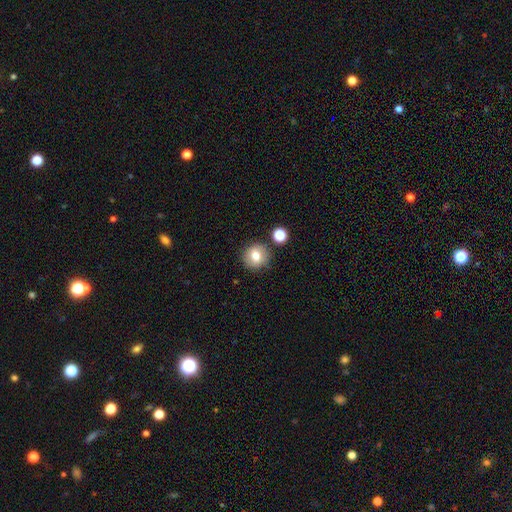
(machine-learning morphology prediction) type=smooth (75%); roundness=round (91%); merging=none (84%).